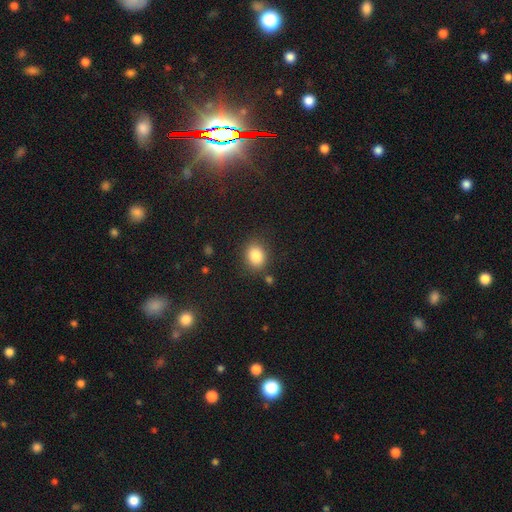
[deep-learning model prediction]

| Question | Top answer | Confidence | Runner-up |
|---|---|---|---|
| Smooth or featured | smooth | 84% | star or artifact (10%) |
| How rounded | round | 56% | in between (43%) |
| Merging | none | 82% | minor disturbance (11%) |